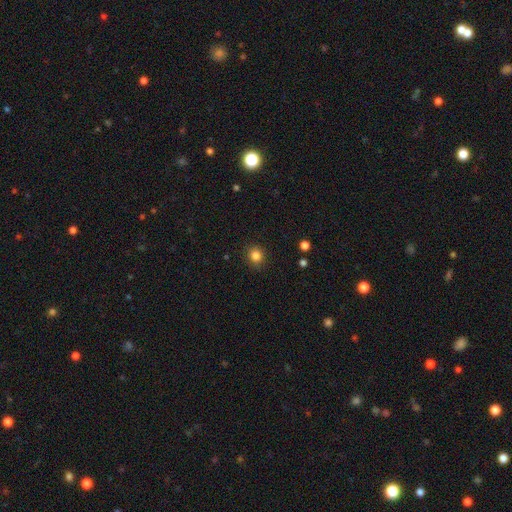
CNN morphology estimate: Overall: smooth (84%). How rounded: round (85%). Merging: none (89%).